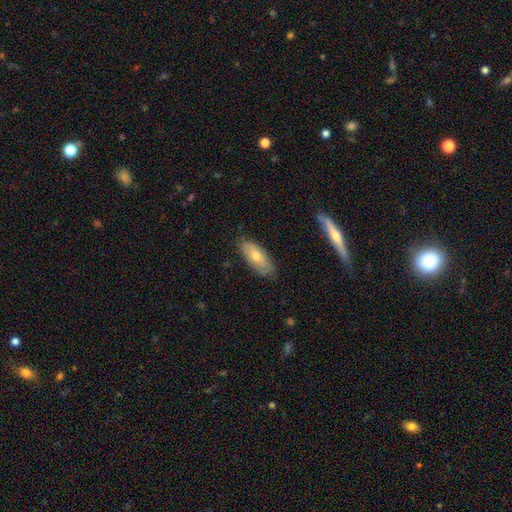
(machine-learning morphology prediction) type=smooth (57%); roundness=in between (77%); merging=none (78%).